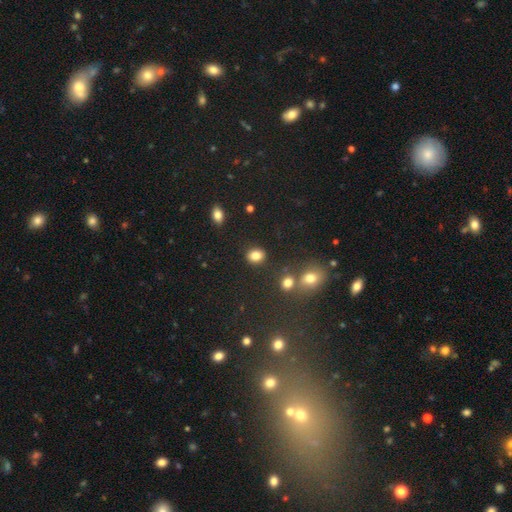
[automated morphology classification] smooth_or_featured: smooth (p=0.83) [alt: star or artifact p=0.12]
how_rounded: round (p=0.52) [alt: in between p=0.47]
merging: none (p=0.83) [alt: minor disturbance p=0.10]